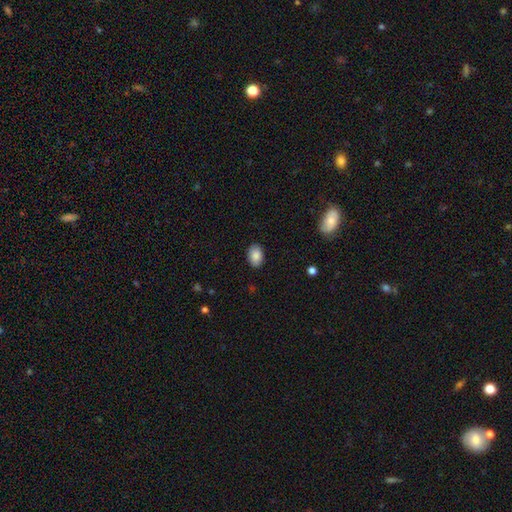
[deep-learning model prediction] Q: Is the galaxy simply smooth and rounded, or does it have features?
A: smooth — 86%.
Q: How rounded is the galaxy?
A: in between — 88%.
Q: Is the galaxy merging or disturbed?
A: none — 88%.